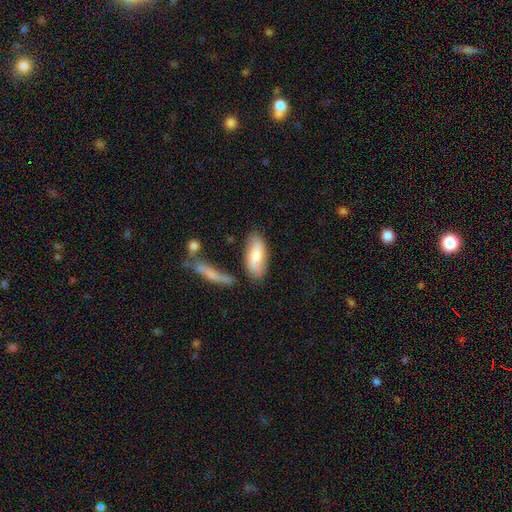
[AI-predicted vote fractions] Morphology: type=smooth (69%); roundness=in between (78%); merging=none (67%).